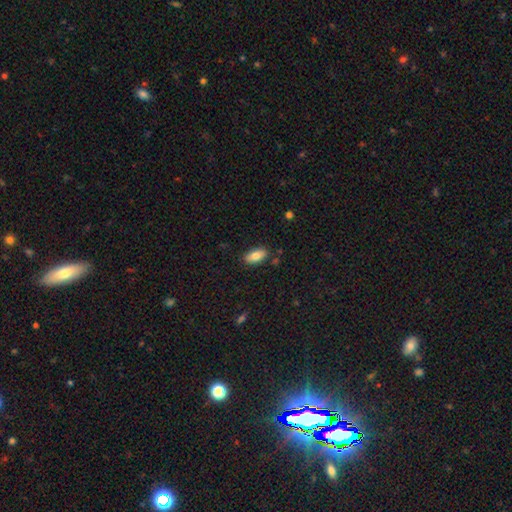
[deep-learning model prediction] Q: Smooth or featured?
A: smooth (81%); runner-up: featured or disk (12%)
Q: How rounded?
A: in between (91%); runner-up: cigar-shaped (6%)
Q: Merging?
A: none (85%); runner-up: minor disturbance (10%)